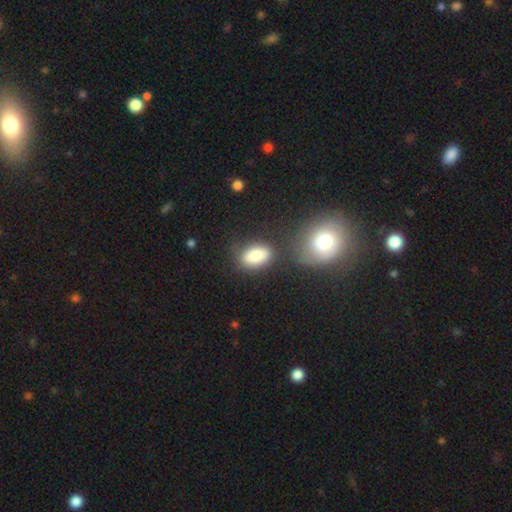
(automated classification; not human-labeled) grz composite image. It shows a smooth galaxy with no disk features (83%) that is in between round and cigar-shaped (88%). Merging: none (67%).